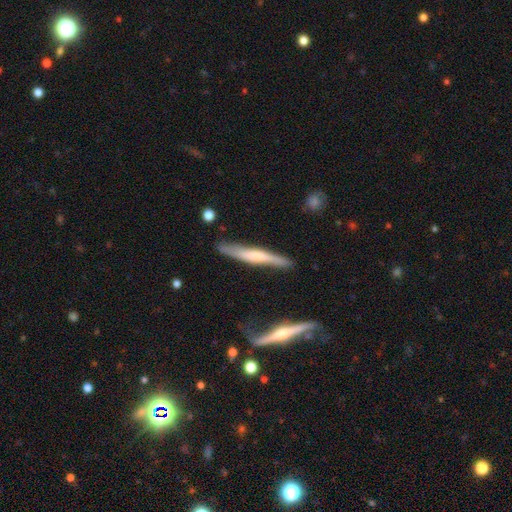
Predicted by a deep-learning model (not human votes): This appears to be a featured or disk galaxy (57%) viewed edge-on (91%) with a rounded central bulge (50%). Merging: none (79%).